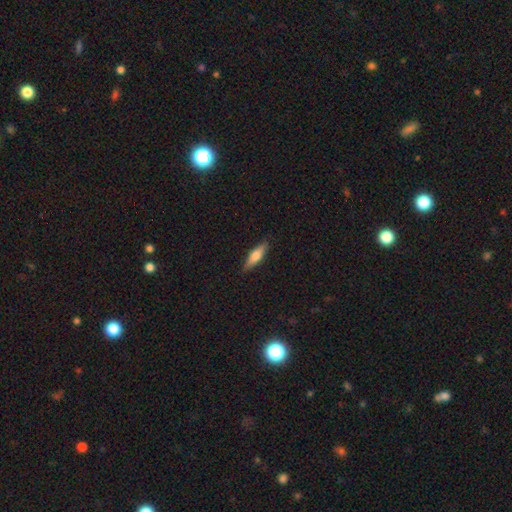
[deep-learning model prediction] Q: Smooth or featured?
A: smooth (56%); runner-up: featured or disk (38%)
Q: How rounded?
A: cigar-shaped (62%); runner-up: in between (36%)
Q: Merging?
A: none (87%); runner-up: minor disturbance (10%)